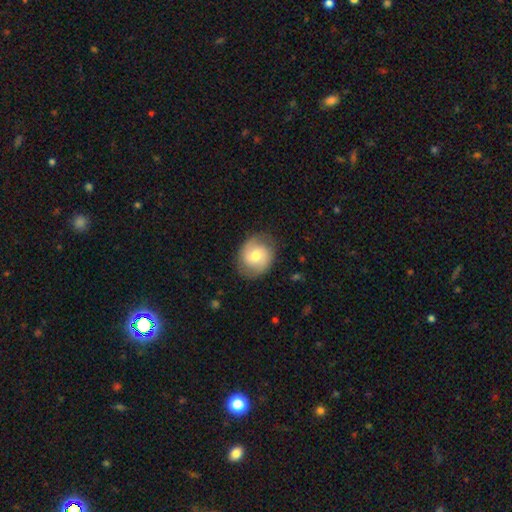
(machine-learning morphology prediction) Overall: smooth (53%; featured or disk 41%). How rounded: round (66%; in between 33%). Merging: none (80%).